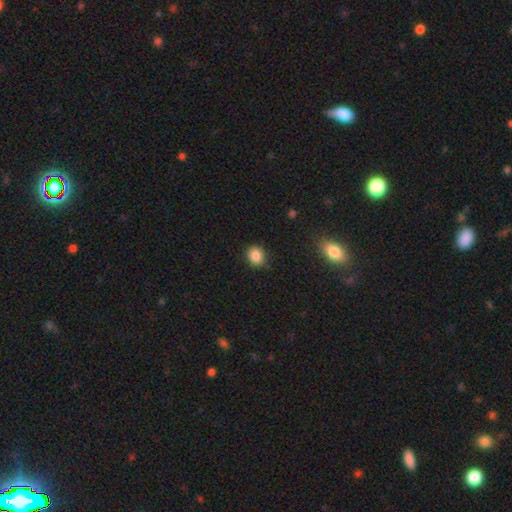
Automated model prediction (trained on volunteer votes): Smooth or featured? Predicted: smooth (p=0.85). How rounded? Predicted: round (p=0.69). Merging? Predicted: none (p=0.83).